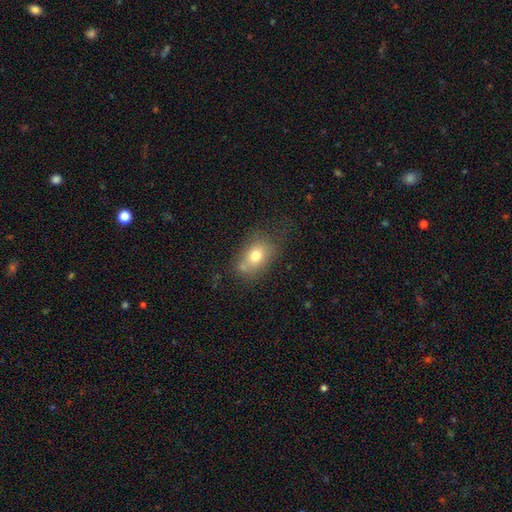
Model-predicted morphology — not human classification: Smooth or featured?
  - smooth: 74% *
  - featured or disk: 16%
  - star or artifact: 10%
How rounded?
  - in between: 74% *
  - round: 25%
  - cigar-shaped: 2%
Merging?
  - none: 54% *
  - minor disturbance: 24%
  - merger: 14%
  - major disturbance: 9%